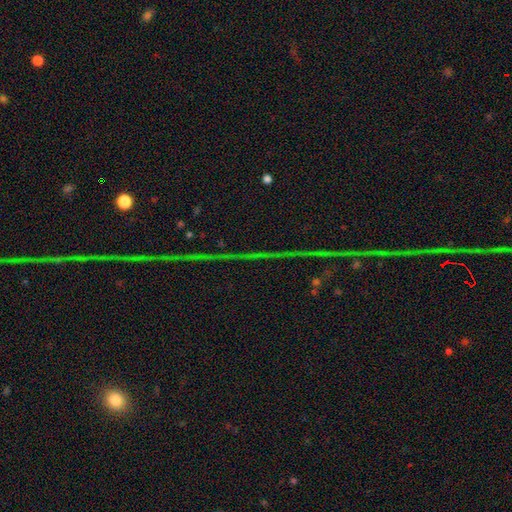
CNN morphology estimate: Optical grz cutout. It shows a star or artifact, not a galaxy (80%).